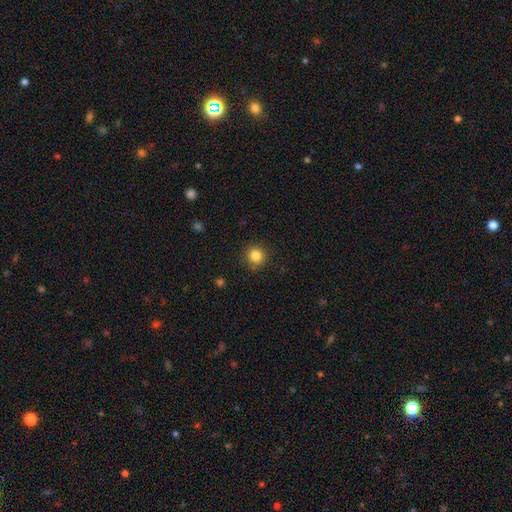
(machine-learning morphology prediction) type=smooth (84%); roundness=round (94%); merging=none (89%).